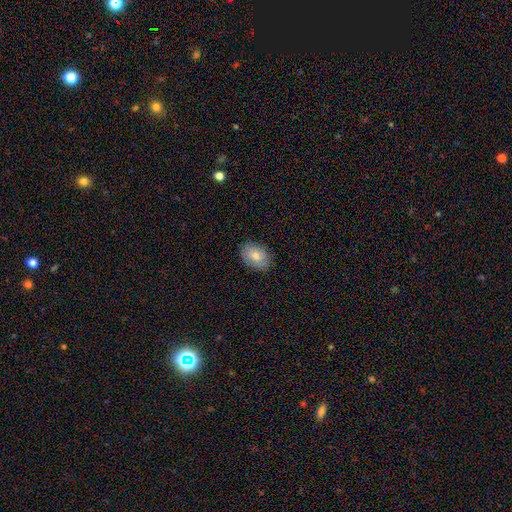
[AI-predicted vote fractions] Smooth or featured? Predicted: smooth (p=0.77). How rounded? Predicted: in between (p=0.79). Merging? Predicted: none (p=0.86).